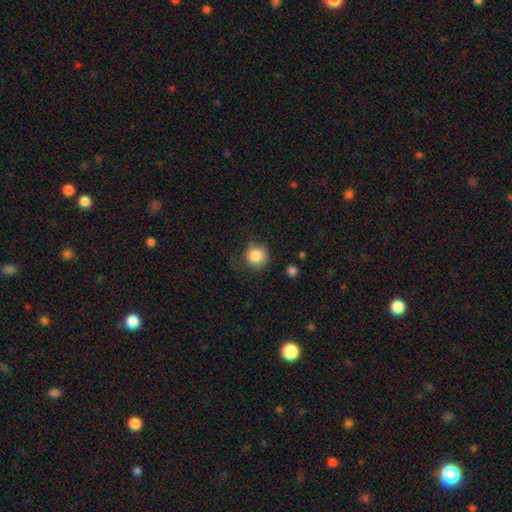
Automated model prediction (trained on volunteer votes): A smooth galaxy with no disk features (86%) that is round (90%).

Vote fractions:
- Smooth or featured? smooth: 86% / star or artifact: 9% / featured or disk: 6%
- How rounded? round: 90% / in between: 9% / cigar-shaped: 1%
- Merging? none: 69% / minor disturbance: 21% / major disturbance: 8% / merger: 2%